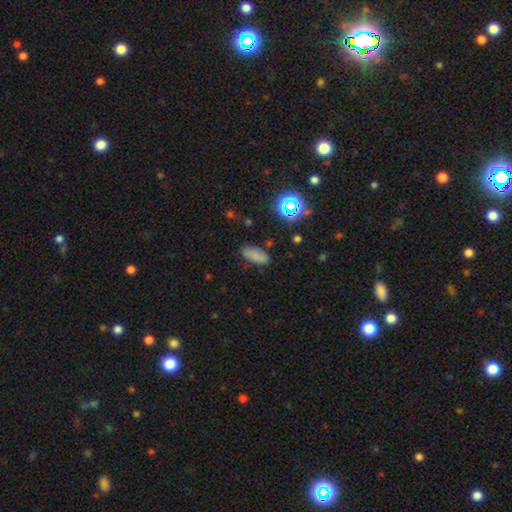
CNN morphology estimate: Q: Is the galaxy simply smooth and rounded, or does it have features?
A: smooth — 75%.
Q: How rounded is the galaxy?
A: in between — 77%.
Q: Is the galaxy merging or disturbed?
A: none — 77%.